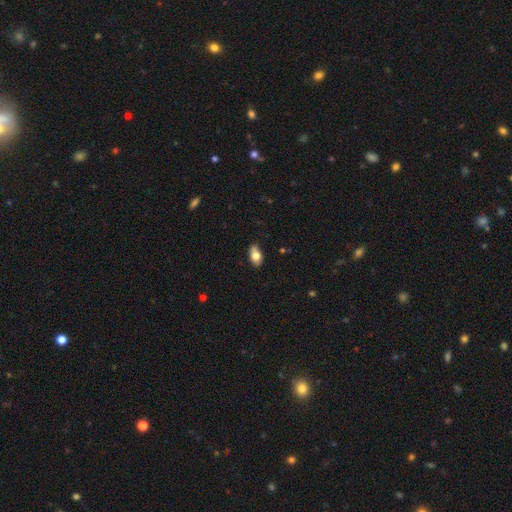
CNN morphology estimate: A smooth galaxy with no disk features (77%) that is in between round and cigar-shaped (90%). Merging: none (78%).